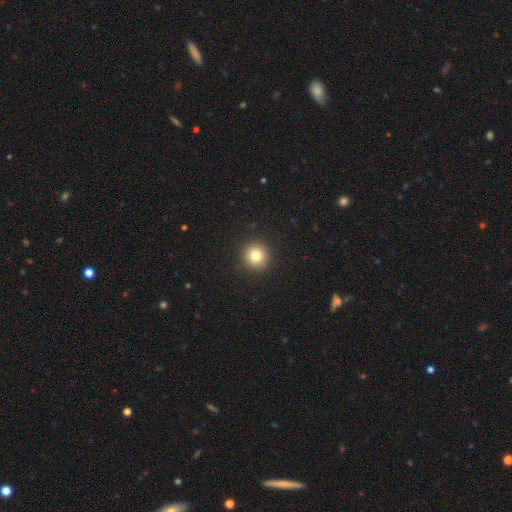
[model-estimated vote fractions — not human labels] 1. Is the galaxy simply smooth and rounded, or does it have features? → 80% smooth, 12% star or artifact, 8% featured or disk.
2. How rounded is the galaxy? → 95% round, 4% in between, 1% cigar-shaped.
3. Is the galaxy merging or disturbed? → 93% none, 4% minor disturbance, 2% major disturbance, 1% merger.